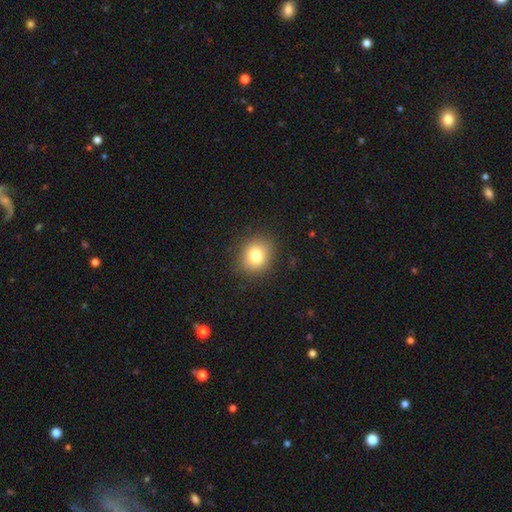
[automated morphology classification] Smooth or featured?
  - smooth: 80% *
  - star or artifact: 11%
  - featured or disk: 9%
How rounded?
  - round: 75% *
  - in between: 24%
  - cigar-shaped: 1%
Merging?
  - none: 88% *
  - minor disturbance: 8%
  - major disturbance: 3%
  - merger: 1%